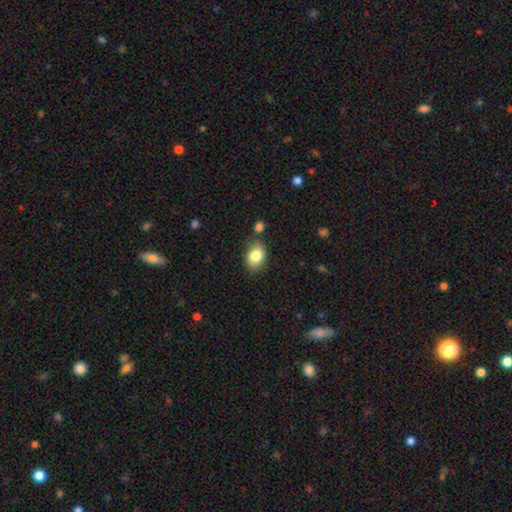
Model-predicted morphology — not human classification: A smooth galaxy with no disk features (83%) that is in between round and cigar-shaped (75%).

Vote fractions:
- Smooth or featured? smooth: 83% / featured or disk: 9% / star or artifact: 8%
- How rounded? in between: 75% / round: 24% / cigar-shaped: 1%
- Merging? none: 75% / minor disturbance: 15% / merger: 6% / major disturbance: 3%